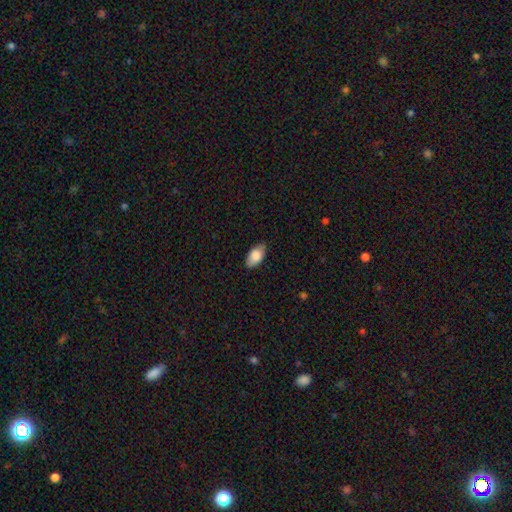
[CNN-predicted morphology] smooth 83%, featured or disk 11%, star or artifact 6%. Down the decision tree: how rounded — in between (94%); merging — none (83%).